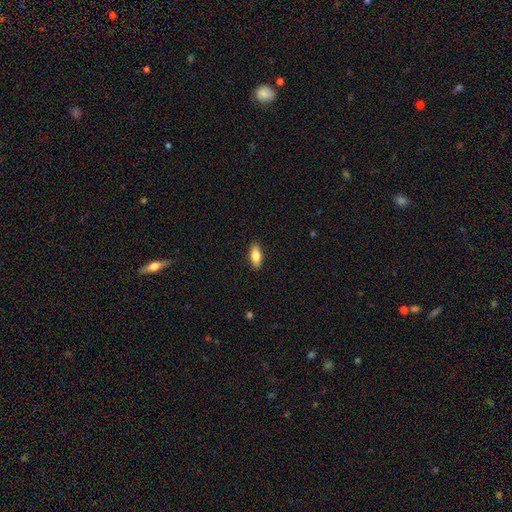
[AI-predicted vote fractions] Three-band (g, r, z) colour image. It shows a smooth galaxy with no disk features (80%) that is in between round and cigar-shaped (82%). Merging: none (89%).